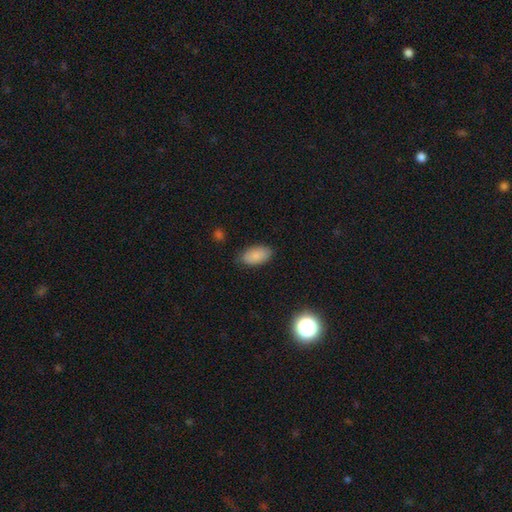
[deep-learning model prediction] A smooth galaxy with no disk features (85%) that is in between round and cigar-shaped (94%).

Vote fractions:
- Smooth or featured? smooth: 85% / featured or disk: 8% / star or artifact: 8%
- How rounded? in between: 94% / round: 4% / cigar-shaped: 2%
- Merging? none: 80% / minor disturbance: 15% / major disturbance: 3% / merger: 1%